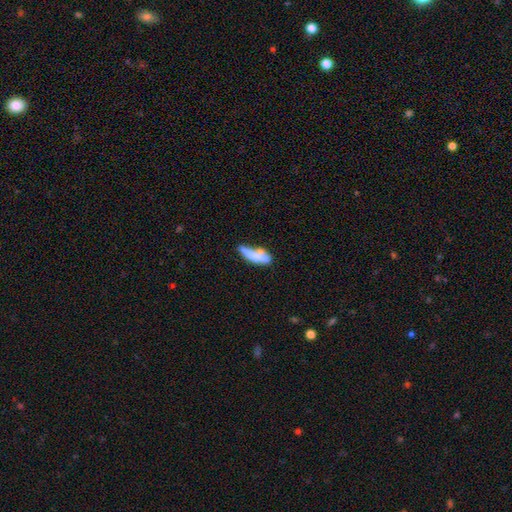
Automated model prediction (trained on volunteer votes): Smooth or featured? Predicted: smooth (p=0.62). How rounded? Predicted: cigar-shaped (p=0.63). Merging? Predicted: none (p=0.35).